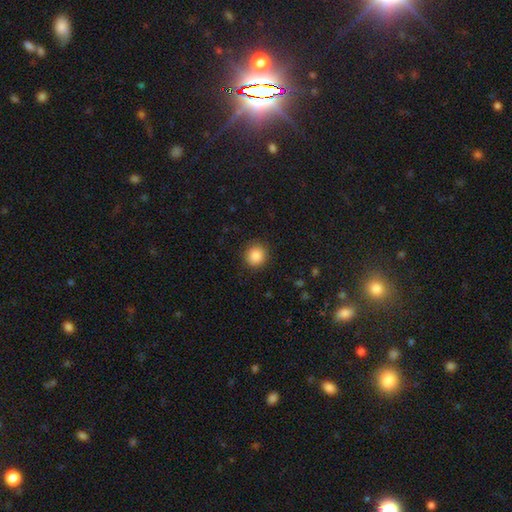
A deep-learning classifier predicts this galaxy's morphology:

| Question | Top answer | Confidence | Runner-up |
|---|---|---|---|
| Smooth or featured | smooth | 87% | star or artifact (9%) |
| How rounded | round | 91% | in between (8%) |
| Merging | none | 90% | minor disturbance (7%) |